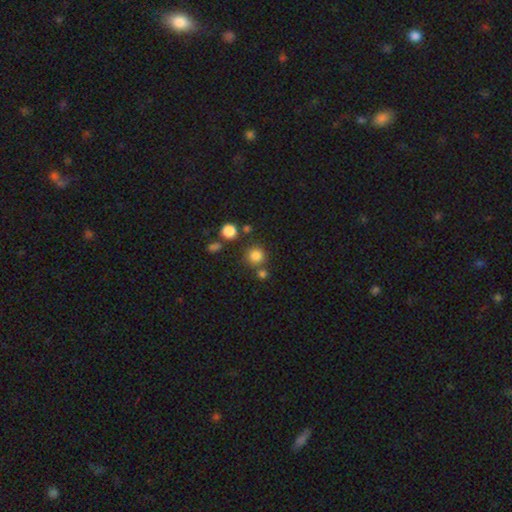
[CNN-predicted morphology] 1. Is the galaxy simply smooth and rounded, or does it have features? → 82% smooth, 13% star or artifact, 5% featured or disk.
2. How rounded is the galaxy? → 92% round, 7% in between, 1% cigar-shaped.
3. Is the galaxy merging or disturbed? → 74% none, 13% merger, 9% minor disturbance, 4% major disturbance.